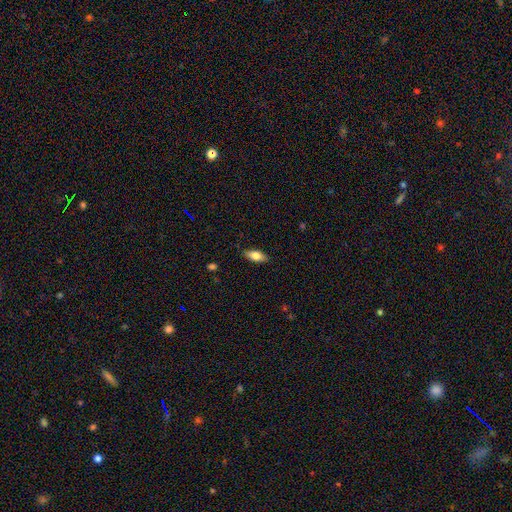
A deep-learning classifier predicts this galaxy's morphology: A smooth galaxy with no disk features (72%) that is in between round and cigar-shaped (81%). Merging: none (86%).